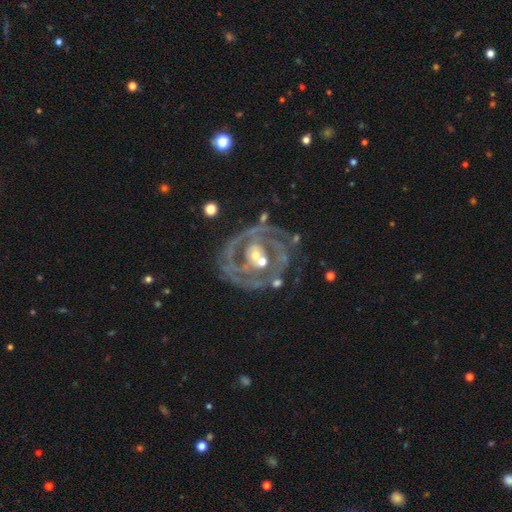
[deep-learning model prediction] Morphology: type=featured or disk (84%); edge-on=no (97%); bar=no (73%); spiral arms=yes (73%); winding=tight (64%); arm count=2 (32%); bulge=moderate (51%); merging=none (57%).